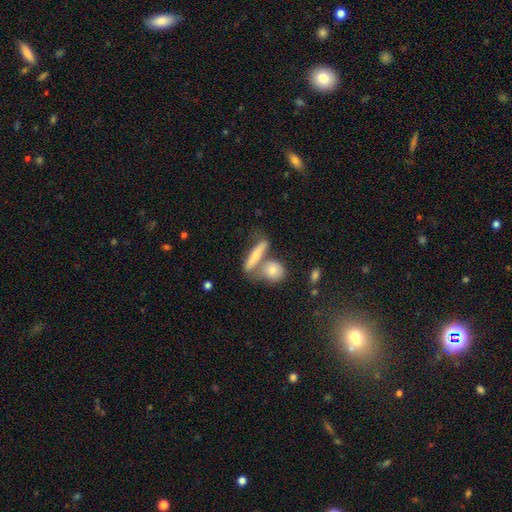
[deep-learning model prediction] A smooth galaxy with no disk features (51%) that is cigar-shaped (67%).

Vote fractions:
- Smooth or featured? smooth: 51% / featured or disk: 39% / star or artifact: 10%
- How rounded? cigar-shaped: 67% / in between: 24% / round: 9%
- Merging? none: 52% / merger: 31% / minor disturbance: 12% / major disturbance: 5%